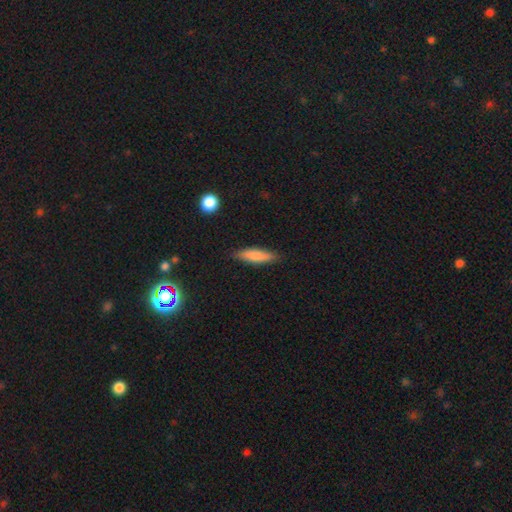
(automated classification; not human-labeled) Q: Smooth or featured?
A: smooth (78%); runner-up: featured or disk (16%)
Q: How rounded?
A: cigar-shaped (70%); runner-up: in between (29%)
Q: Merging?
A: none (85%); runner-up: minor disturbance (11%)